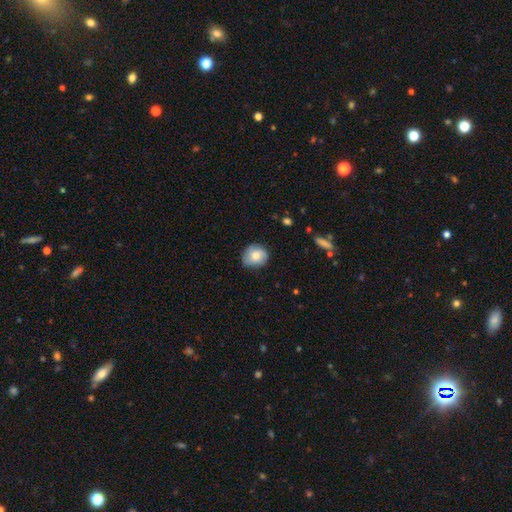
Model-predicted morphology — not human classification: type=smooth (71%); roundness=round (77%); merging=none (76%).